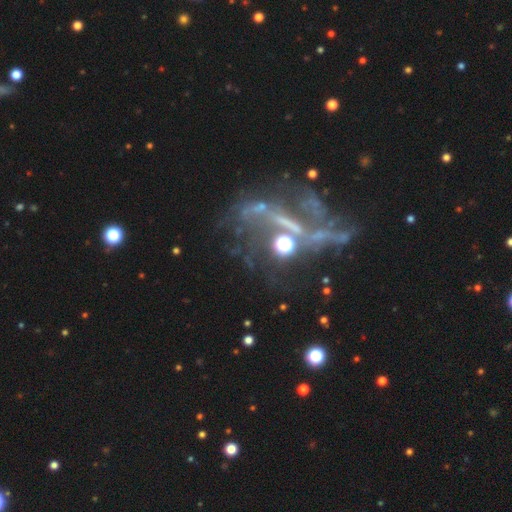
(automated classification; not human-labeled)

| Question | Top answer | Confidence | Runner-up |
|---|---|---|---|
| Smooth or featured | featured or disk | 64% | star or artifact (26%) |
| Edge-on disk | no | 91% | yes (9%) |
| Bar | no | 58% | weak (26%) |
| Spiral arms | yes | 54% | no (46%) |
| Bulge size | small | 37% | moderate (31%) |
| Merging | major disturbance | 38% | none (29%) |